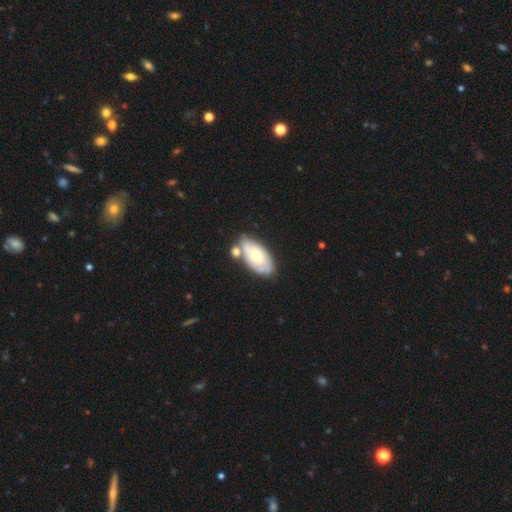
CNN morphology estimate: The model was most divided on "smooth or featured": smooth: 52%, featured or disk: 42%, star or artifact: 6%. More confident: how rounded — in between (92%); merging — none (53%).